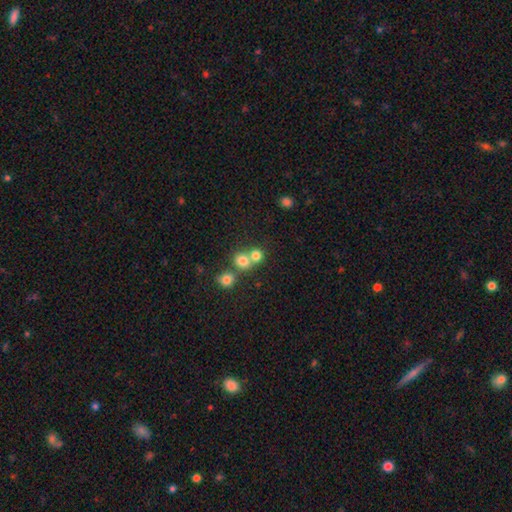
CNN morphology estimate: Smooth or featured?
  - smooth: 76% *
  - star or artifact: 14%
  - featured or disk: 10%
How rounded?
  - round: 85% *
  - in between: 14%
  - cigar-shaped: 1%
Merging?
  - merger: 48% *
  - none: 44%
  - minor disturbance: 5%
  - major disturbance: 3%